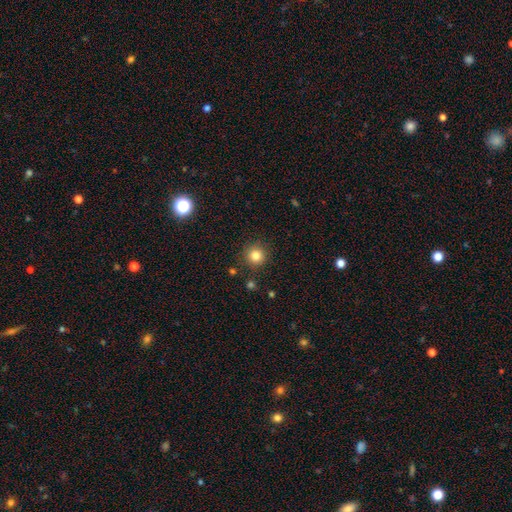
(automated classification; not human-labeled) Q: Smooth or featured?
A: smooth (82%); runner-up: star or artifact (12%)
Q: How rounded?
A: round (94%); runner-up: in between (5%)
Q: Merging?
A: none (89%); runner-up: minor disturbance (7%)